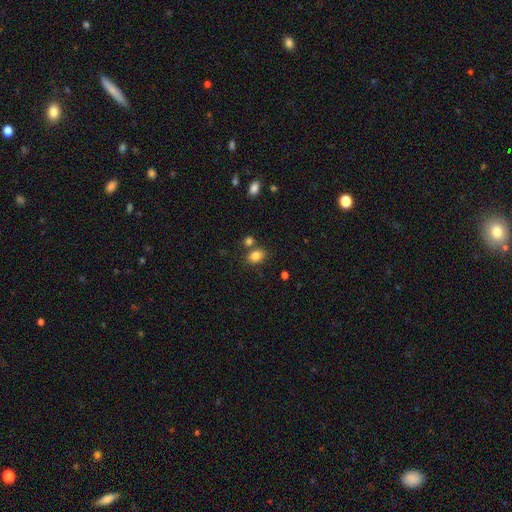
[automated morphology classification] Smooth or featured?
  - smooth: 83% *
  - star or artifact: 11%
  - featured or disk: 7%
How rounded?
  - in between: 73% *
  - round: 26%
  - cigar-shaped: 1%
Merging?
  - none: 68% *
  - merger: 16%
  - minor disturbance: 12%
  - major disturbance: 4%